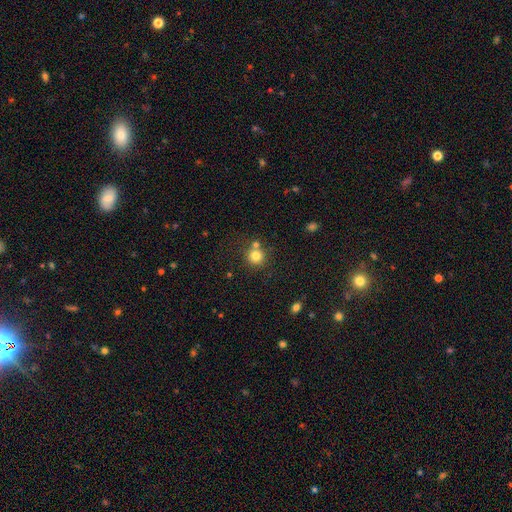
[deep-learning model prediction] This is likely a smooth galaxy (80%). How rounded: clearly round (92%). Merging: likely none (68%).